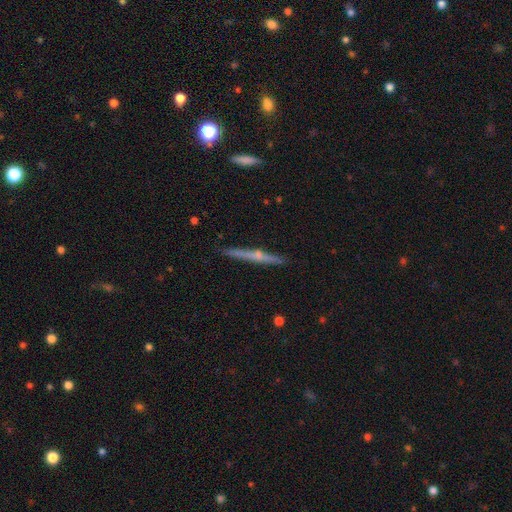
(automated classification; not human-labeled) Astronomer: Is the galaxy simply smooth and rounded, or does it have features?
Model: featured or disk — 69%.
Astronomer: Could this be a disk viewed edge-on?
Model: yes — 98%.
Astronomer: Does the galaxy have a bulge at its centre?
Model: rounded — 68%.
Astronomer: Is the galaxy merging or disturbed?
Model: none — 89%.